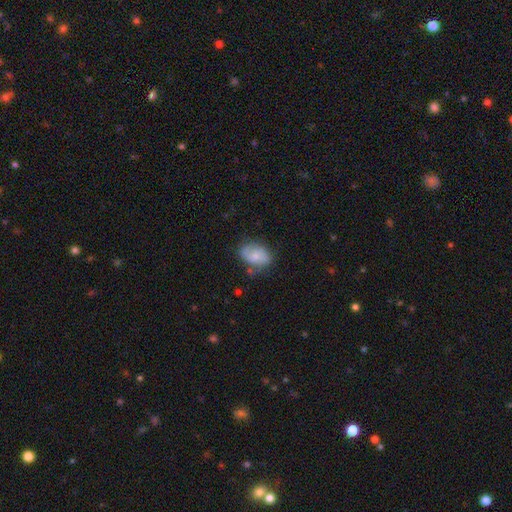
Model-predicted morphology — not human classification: This appears to be a smooth galaxy with no disk features (51%) that is in between round and cigar-shaped (79%). Merging: none (63%).